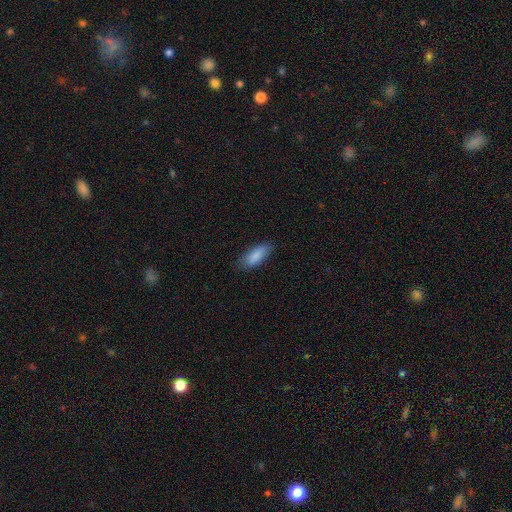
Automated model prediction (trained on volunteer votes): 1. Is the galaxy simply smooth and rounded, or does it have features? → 87% smooth, 7% featured or disk, 6% star or artifact.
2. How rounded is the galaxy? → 74% in between, 24% cigar-shaped, 2% round.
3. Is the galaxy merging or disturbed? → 79% none, 17% minor disturbance, 3% major disturbance, 1% merger.